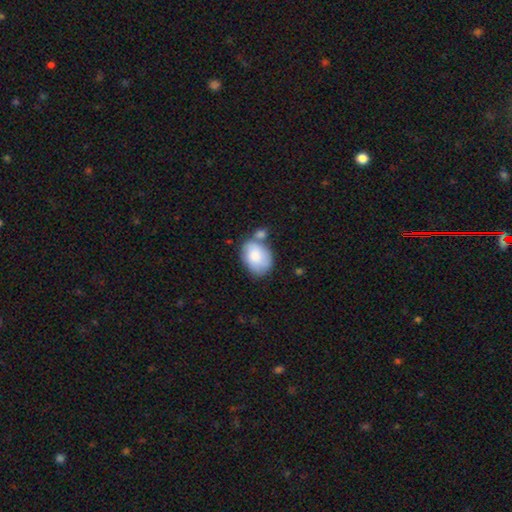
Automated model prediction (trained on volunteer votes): The model was most divided on "merging": none: 42%, merger: 29%, minor disturbance: 21%, major disturbance: 8%. More confident: smooth or featured — smooth (78%); how rounded — in between (77%).